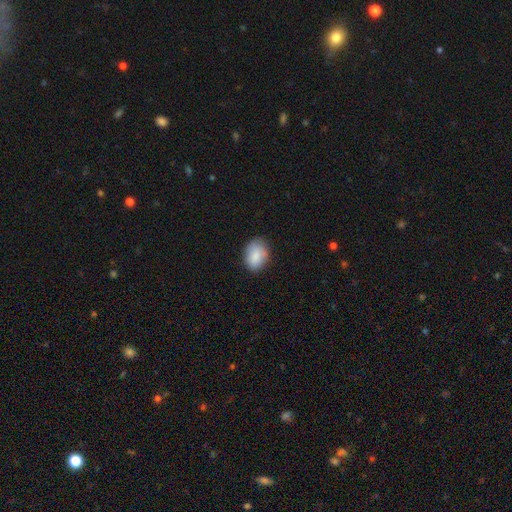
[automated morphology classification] Smooth or featured? smooth (87%)
How rounded? in between (79%)
Merging? none (78%)